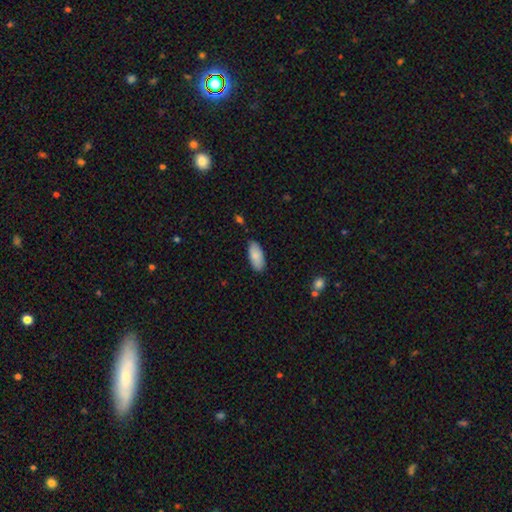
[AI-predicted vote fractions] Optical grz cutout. It shows a smooth galaxy with no disk features (87%) that is in between round and cigar-shaped (88%). Merging: none (83%).